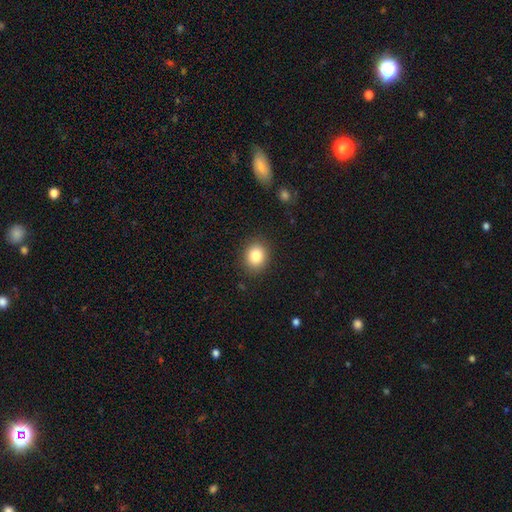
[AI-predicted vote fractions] Smooth or featured? smooth (83%)
How rounded? round (63%)
Merging? none (88%)